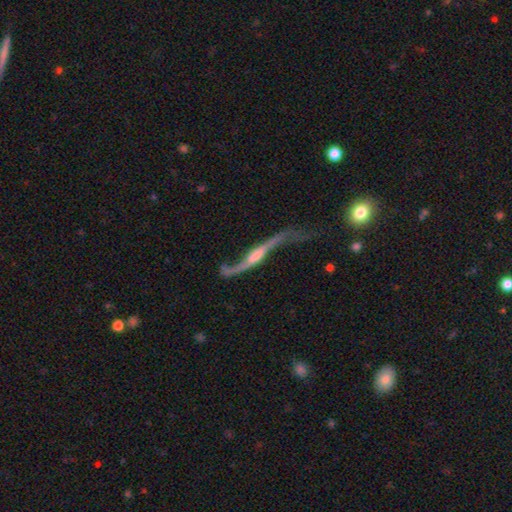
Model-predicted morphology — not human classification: featured or disk 84%, smooth 10%, star or artifact 6%. Down the decision tree: edge-on disk — no (65%); bar — no (39%); spiral arms — yes (90%); bulge size — moderate (32%); merging — none (45%).